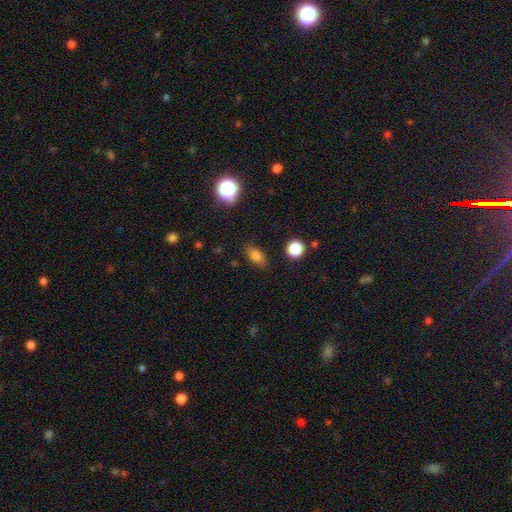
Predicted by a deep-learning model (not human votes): smooth-or-featured: smooth: 80% | star or artifact: 12% | featured or disk: 8%
  how-rounded: in between: 79% | round: 12% | cigar-shaped: 8%
  merging: none: 83% | minor disturbance: 12% | major disturbance: 3% | merger: 2%